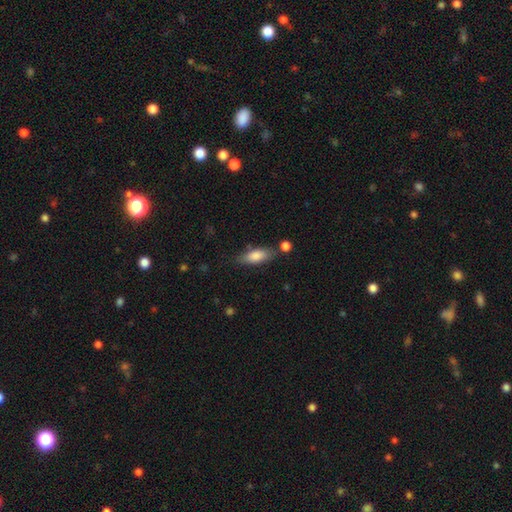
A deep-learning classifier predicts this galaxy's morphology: smooth_or_featured: smooth (p=0.80) [alt: featured or disk p=0.13]
how_rounded: in between (p=0.72) [alt: cigar-shaped p=0.26]
merging: none (p=0.69) [alt: minor disturbance p=0.18]